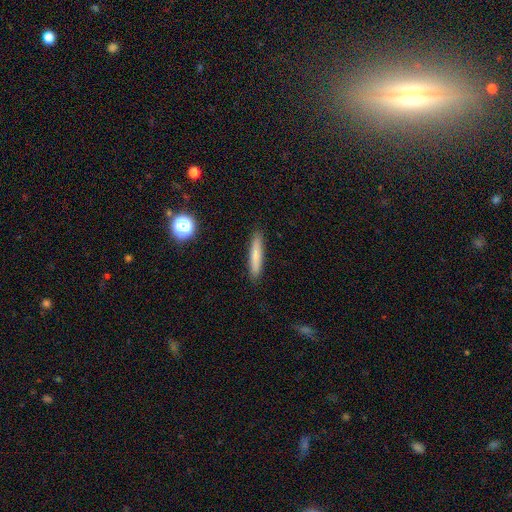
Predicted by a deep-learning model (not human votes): smooth-or-featured: smooth: 76% | featured or disk: 16% | star or artifact: 8%
  how-rounded: cigar-shaped: 92% | in between: 7% | round: 1%
  merging: none: 90% | minor disturbance: 7% | major disturbance: 2% | merger: 1%